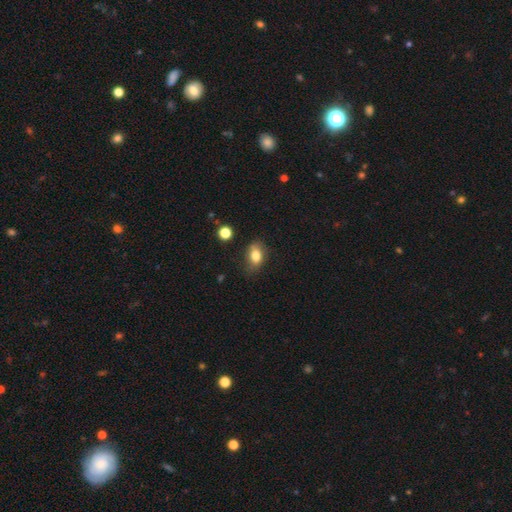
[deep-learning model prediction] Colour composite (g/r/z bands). It shows a smooth galaxy with no disk features (79%) that is in between round and cigar-shaped (80%). Merging: none (70%).